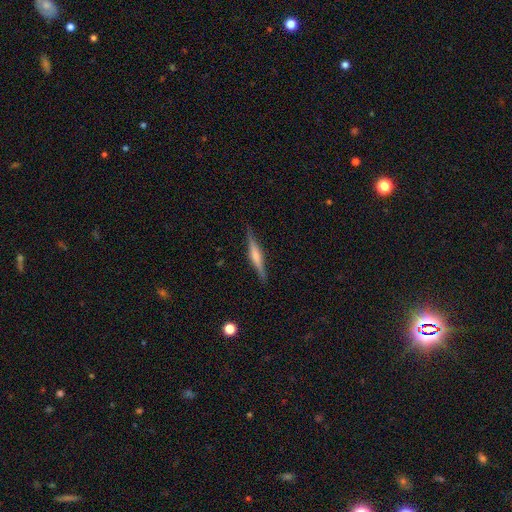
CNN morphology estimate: The model was most divided on "edge-on bulge": rounded: 56%, boxy: 29%, none: 15%. More confident: edge-on disk — yes (98%); merging — none (89%); smooth or featured — featured or disk (66%).